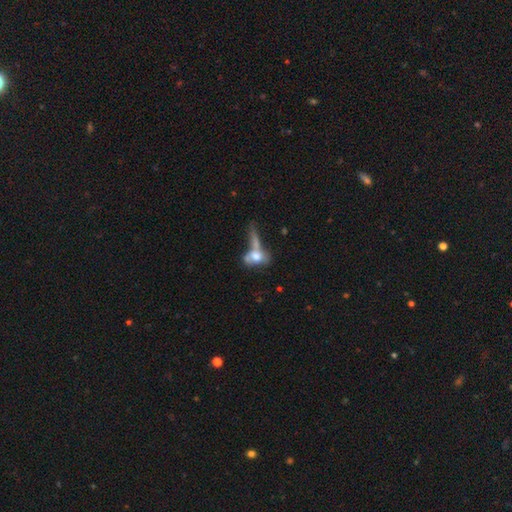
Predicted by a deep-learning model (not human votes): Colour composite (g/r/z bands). It shows a smooth galaxy with no disk features (60%) that is in between round and cigar-shaped (70%). Merging: merger (49%).